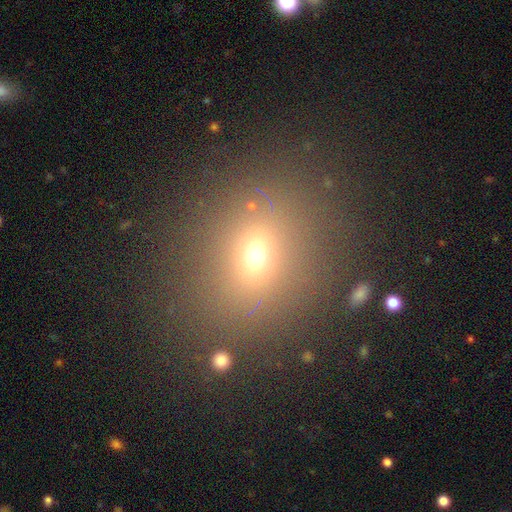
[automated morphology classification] Overall: smooth (65%). How rounded: round (67%; in between 32%). Merging: none (81%).